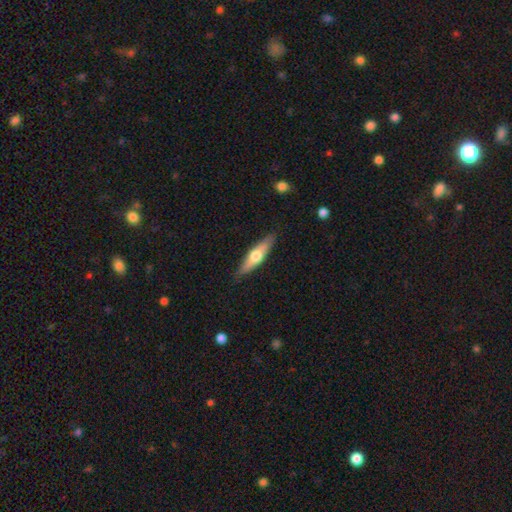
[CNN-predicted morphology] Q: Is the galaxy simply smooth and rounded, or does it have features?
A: featured or disk — 49%.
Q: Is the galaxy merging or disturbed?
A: none — 87%.